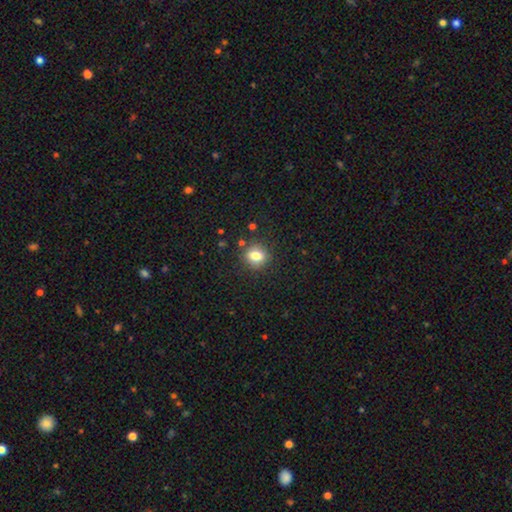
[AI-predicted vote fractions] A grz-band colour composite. It shows a smooth galaxy with no disk features (80%) that is round (65%). Merging: none (84%).